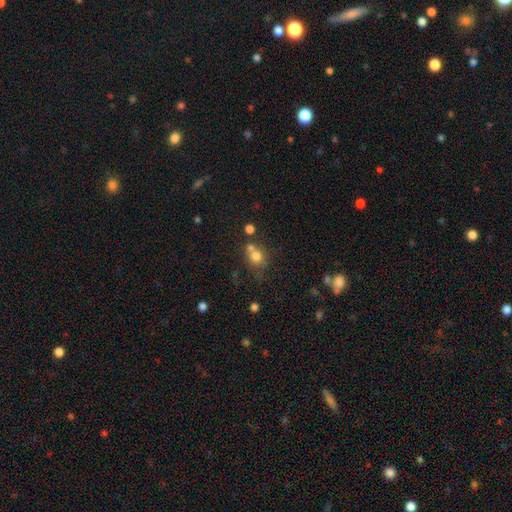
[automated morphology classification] Overall: smooth (73%). How rounded: round (78%). Merging: none (47%; merger 35%).